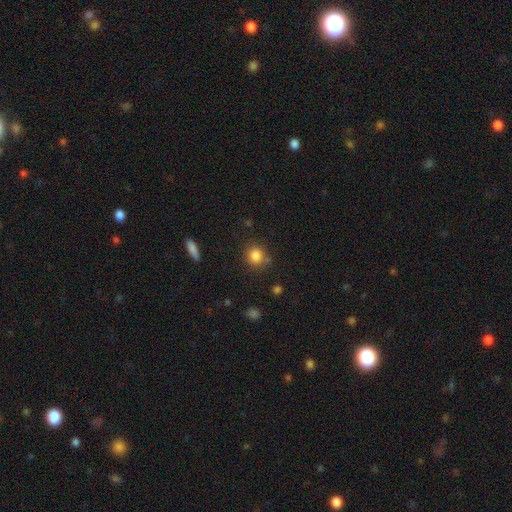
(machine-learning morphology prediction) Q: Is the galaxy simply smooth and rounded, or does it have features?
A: smooth — 84%.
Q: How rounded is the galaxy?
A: round — 83%.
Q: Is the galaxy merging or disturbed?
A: none — 78%.